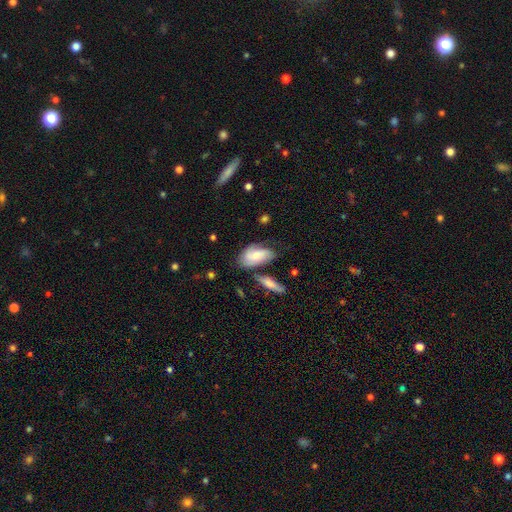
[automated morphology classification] Smooth or featured: smooth — 53% (featured or disk — 41%)
How rounded: in between — 90% (cigar-shaped — 6%)
Merging: none — 49% (minor disturbance — 26%)